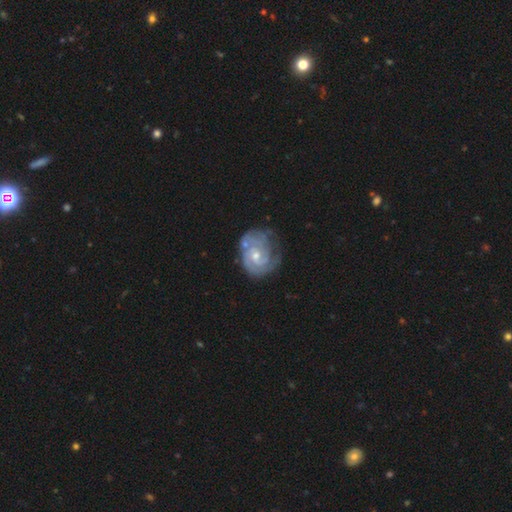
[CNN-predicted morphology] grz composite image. It shows a featured or disk galaxy (83%) with no bar (64%), 2 (34%) tight (68%) spiral arms (93%) and a small central bulge (51%). Merging: none (61%).